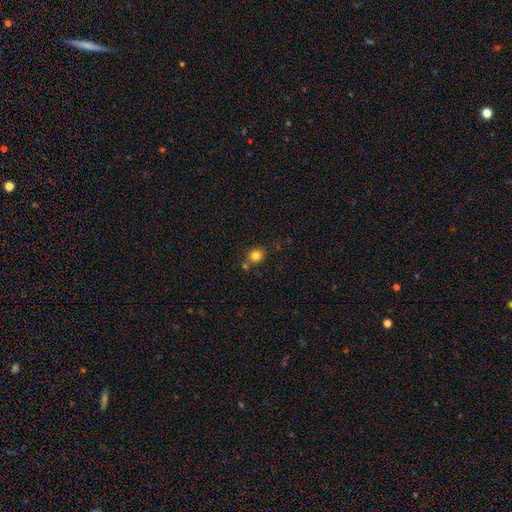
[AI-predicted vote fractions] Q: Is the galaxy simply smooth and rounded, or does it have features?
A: smooth — 81%.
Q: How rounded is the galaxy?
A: round — 83%.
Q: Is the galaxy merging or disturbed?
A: none — 70%.